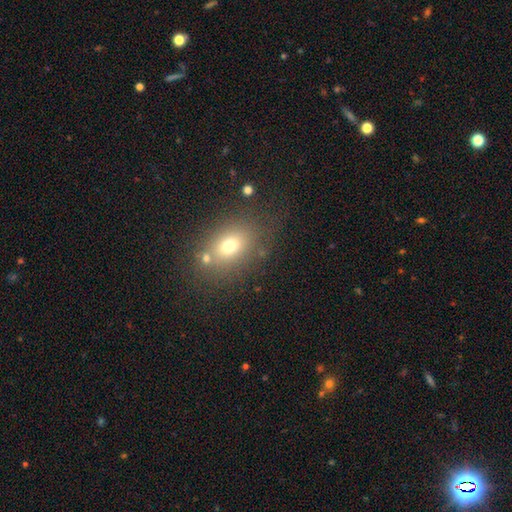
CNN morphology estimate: A smooth galaxy with no disk features (63%) that is in between round and cigar-shaped (57%).

Vote fractions:
- Smooth or featured? smooth: 63% / star or artifact: 24% / featured or disk: 13%
- How rounded? in between: 57% / round: 41% / cigar-shaped: 2%
- Merging? none: 69% / merger: 15% / minor disturbance: 12% / major disturbance: 4%